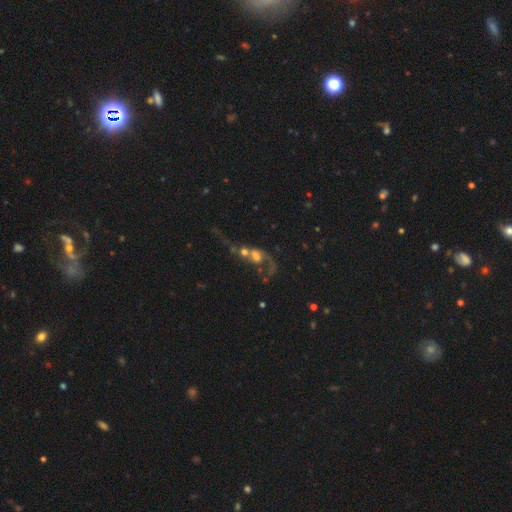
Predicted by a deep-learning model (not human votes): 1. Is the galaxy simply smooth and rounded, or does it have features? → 58% featured or disk, 28% smooth, 14% star or artifact.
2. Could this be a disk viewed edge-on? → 95% no, 5% yes.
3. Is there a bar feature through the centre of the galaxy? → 68% no, 24% weak, 7% strong.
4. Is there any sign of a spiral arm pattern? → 66% yes, 34% no.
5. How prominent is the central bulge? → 36% moderate, 27% large, 17% small, 13% none, 6% dominant.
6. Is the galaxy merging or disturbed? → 55% merger, 25% major disturbance, 14% none, 7% minor disturbance.